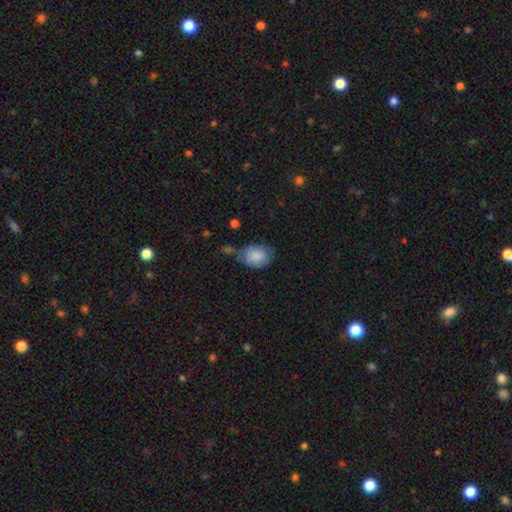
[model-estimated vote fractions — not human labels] This appears to be a smooth galaxy with no disk features (86%) that is in between round and cigar-shaped (74%). Merging: none (58%).